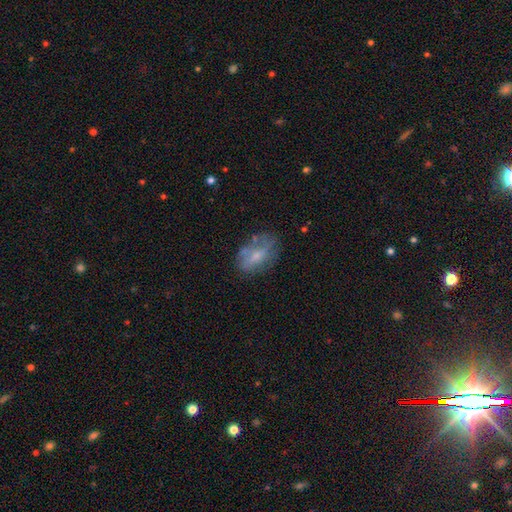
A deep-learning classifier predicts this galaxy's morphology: Overall: smooth (49%; featured or disk 42%). Merging: none (56%; minor disturbance 25%).